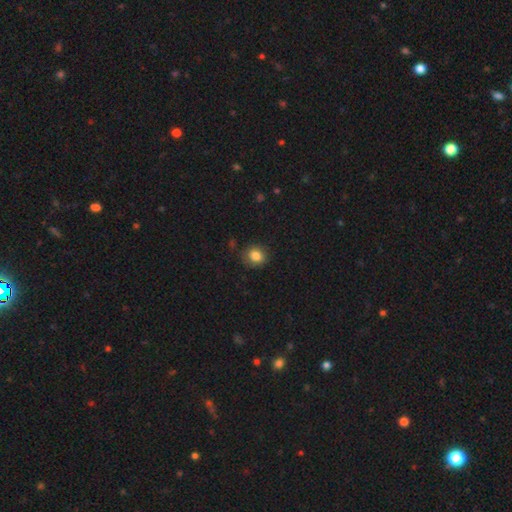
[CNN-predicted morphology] A smooth galaxy with no disk features (84%) that is round (70%).

Vote fractions:
- Smooth or featured? smooth: 84% / star or artifact: 10% / featured or disk: 6%
- How rounded? round: 70% / in between: 29% / cigar-shaped: 1%
- Merging? none: 83% / minor disturbance: 12% / major disturbance: 3% / merger: 1%